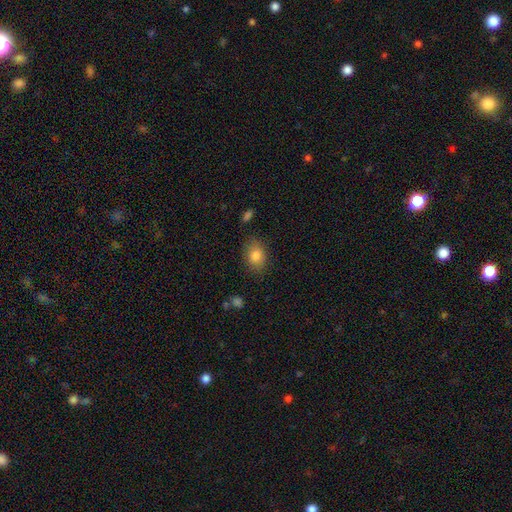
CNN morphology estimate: This is clearly a smooth galaxy (82%). How rounded: likely in between (72%). Merging: clearly none (82%).